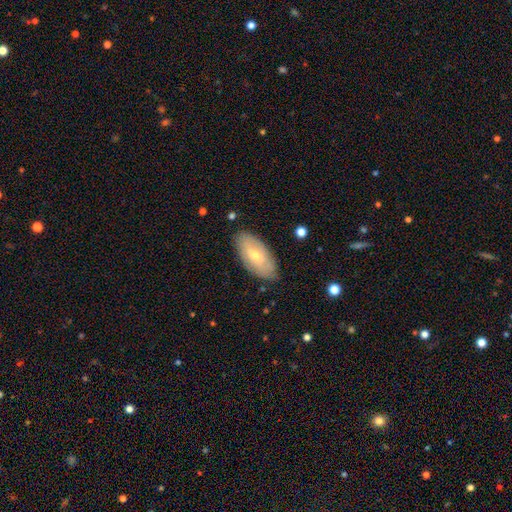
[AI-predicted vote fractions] Morphology: type=smooth (55%); roundness=in between (91%); merging=none (83%).